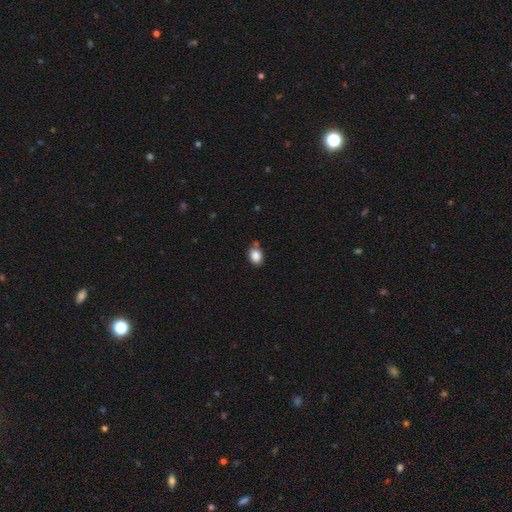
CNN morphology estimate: smooth 87%, star or artifact 9%, featured or disk 4%. Down the decision tree: how rounded — in between (66%); merging — none (71%).